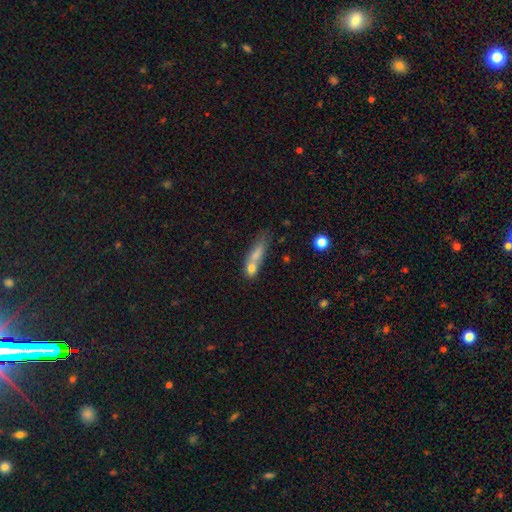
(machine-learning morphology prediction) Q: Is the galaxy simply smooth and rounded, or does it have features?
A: smooth — 67%.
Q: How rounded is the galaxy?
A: cigar-shaped — 49%.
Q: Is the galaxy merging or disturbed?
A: merger — 48%.